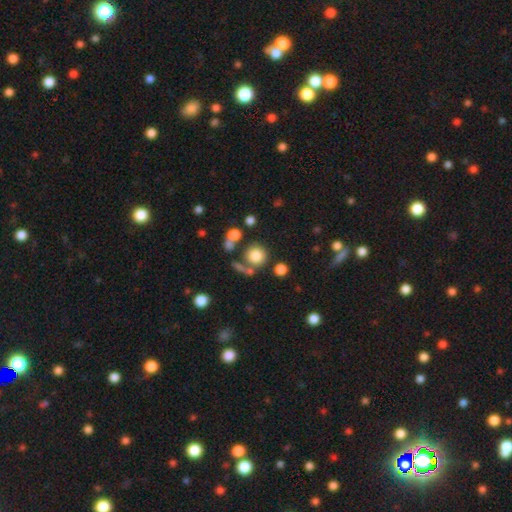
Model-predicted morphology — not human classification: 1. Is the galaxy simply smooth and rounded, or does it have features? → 80% smooth, 12% star or artifact, 9% featured or disk.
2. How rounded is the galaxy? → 90% round, 9% in between, 1% cigar-shaped.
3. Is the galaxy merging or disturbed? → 67% none, 17% merger, 10% minor disturbance, 6% major disturbance.